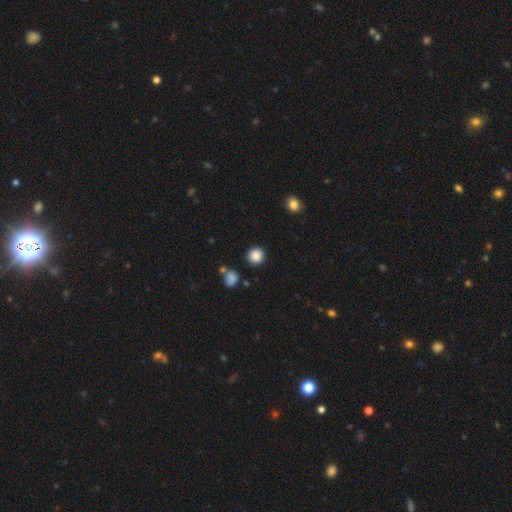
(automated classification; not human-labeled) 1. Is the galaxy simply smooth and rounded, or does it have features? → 87% smooth, 10% star or artifact, 3% featured or disk.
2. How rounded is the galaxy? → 92% round, 7% in between, 1% cigar-shaped.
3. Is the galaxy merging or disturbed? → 88% none, 6% minor disturbance, 3% merger, 2% major disturbance.